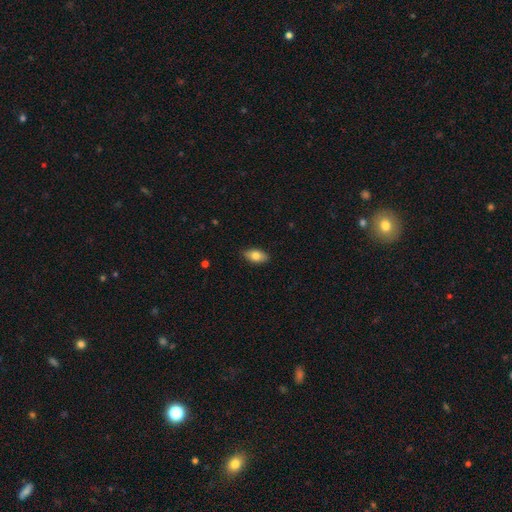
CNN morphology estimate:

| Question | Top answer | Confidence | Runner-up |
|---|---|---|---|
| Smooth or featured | smooth | 79% | featured or disk (14%) |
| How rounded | in between | 91% | cigar-shaped (5%) |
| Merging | none | 86% | minor disturbance (11%) |